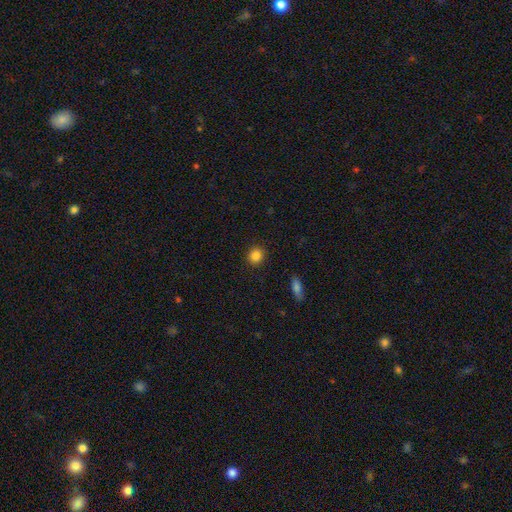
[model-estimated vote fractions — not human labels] Smooth or featured? Predicted: smooth (p=0.86). How rounded? Predicted: round (p=0.83). Merging? Predicted: none (p=0.91).